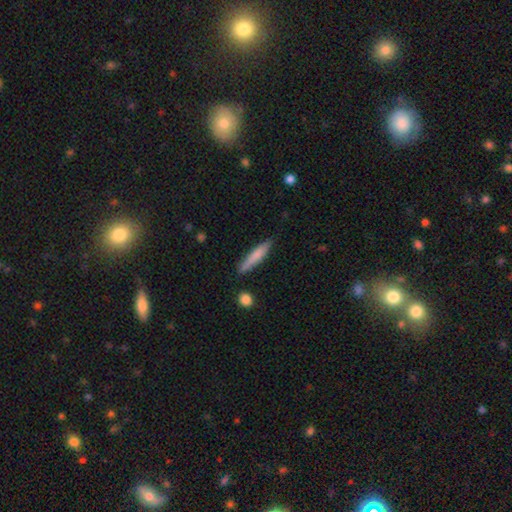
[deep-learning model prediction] Q: Smooth or featured?
A: smooth (75%); runner-up: featured or disk (20%)
Q: How rounded?
A: cigar-shaped (89%); runner-up: in between (10%)
Q: Merging?
A: none (81%); runner-up: minor disturbance (14%)